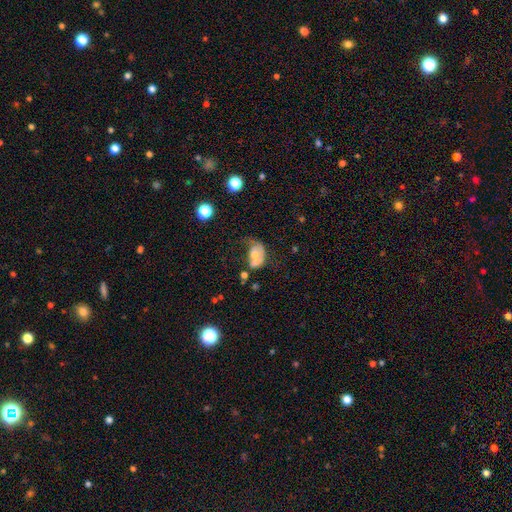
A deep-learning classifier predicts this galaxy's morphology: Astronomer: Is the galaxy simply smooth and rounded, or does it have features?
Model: smooth — 49% (runner-up: featured or disk, 41%).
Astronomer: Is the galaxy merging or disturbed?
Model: major disturbance — 35% (runner-up: merger, 25%).